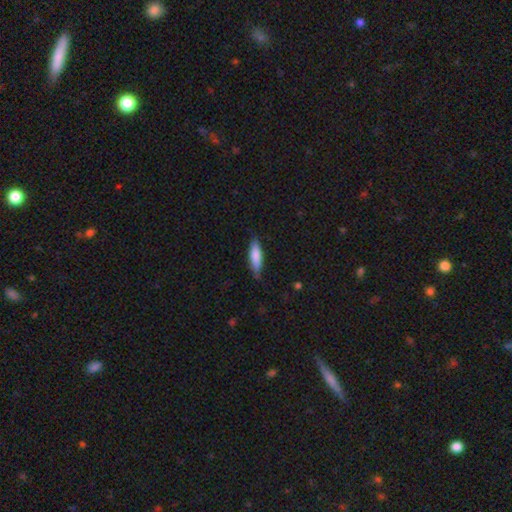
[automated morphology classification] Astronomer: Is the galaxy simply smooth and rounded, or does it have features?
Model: smooth — 82%.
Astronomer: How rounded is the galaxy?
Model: cigar-shaped — 55% (runner-up: in between, 44%).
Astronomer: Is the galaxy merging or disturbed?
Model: none — 78%.